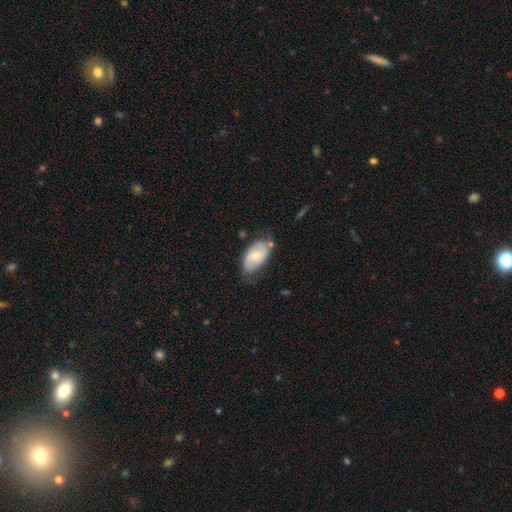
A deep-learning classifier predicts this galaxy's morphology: Q: Smooth or featured?
A: smooth (48%); runner-up: featured or disk (46%)
Q: Merging?
A: none (60%); runner-up: minor disturbance (28%)